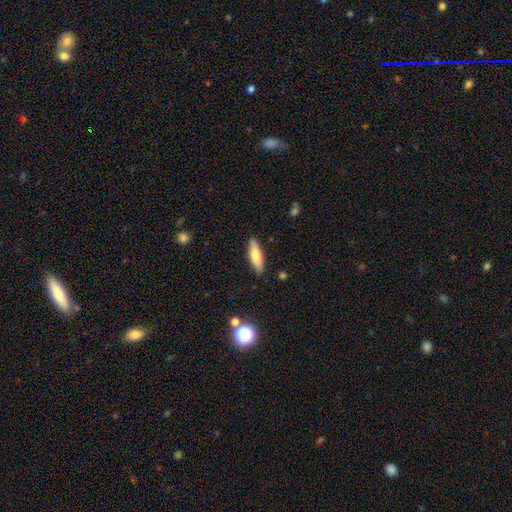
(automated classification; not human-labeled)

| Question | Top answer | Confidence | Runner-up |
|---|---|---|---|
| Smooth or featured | smooth | 72% | featured or disk (22%) |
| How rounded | cigar-shaped | 58% | in between (41%) |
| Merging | none | 88% | minor disturbance (9%) |